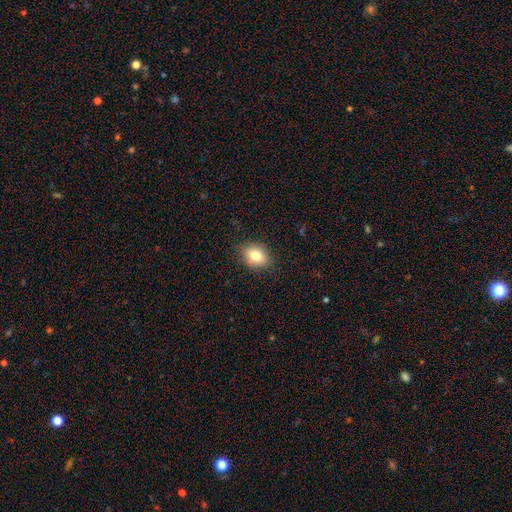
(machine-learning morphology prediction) The model was most divided on "how rounded": in between: 68%, round: 31%, cigar-shaped: 2%. More confident: merging — none (84%); smooth or featured — smooth (79%).